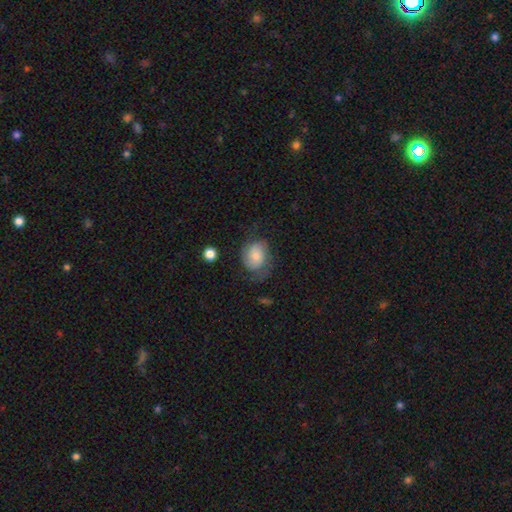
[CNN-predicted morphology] smooth-or-featured: smooth: 51% | featured or disk: 40% | star or artifact: 9%
  how-rounded: in between: 61% | round: 38% | cigar-shaped: 1%
  merging: none: 54% | minor disturbance: 26% | major disturbance: 18% | merger: 2%